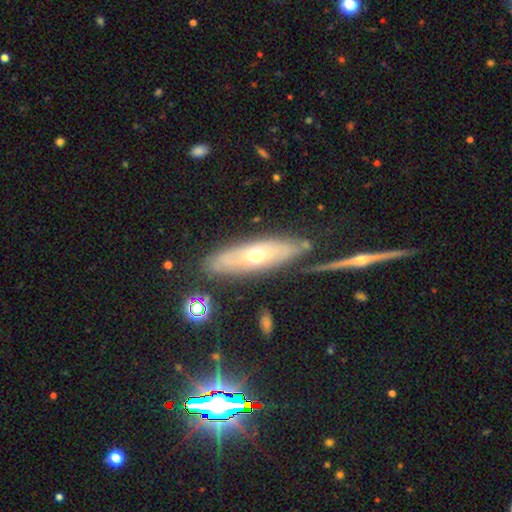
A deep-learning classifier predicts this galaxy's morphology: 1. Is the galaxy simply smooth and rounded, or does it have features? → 54% featured or disk, 37% smooth, 9% star or artifact.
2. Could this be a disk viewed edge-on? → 55% no, 45% yes.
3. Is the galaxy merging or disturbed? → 74% none, 16% minor disturbance, 6% major disturbance, 4% merger.